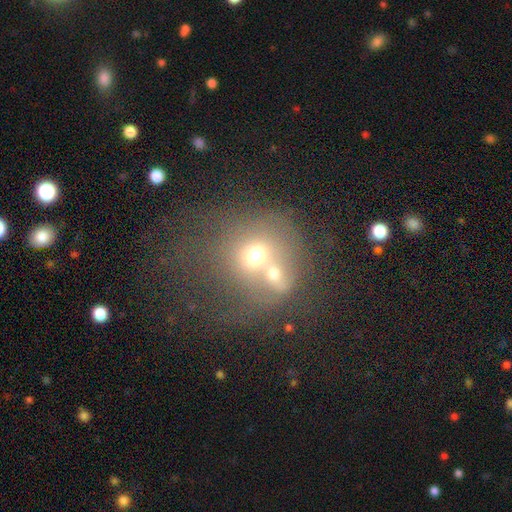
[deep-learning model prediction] This is possibly a smooth galaxy (56%). How rounded: likely round (77%). Merging: likely merger (64%).